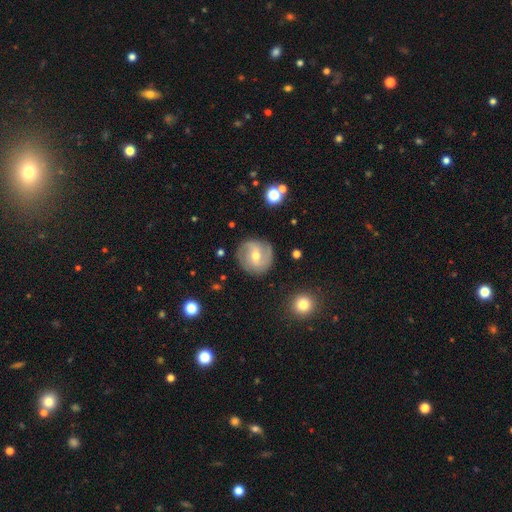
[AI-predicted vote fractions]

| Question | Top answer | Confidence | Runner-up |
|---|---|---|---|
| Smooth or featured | featured or disk | 68% | smooth (25%) |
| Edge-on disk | no | 97% | yes (3%) |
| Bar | weak | 50% | no (27%) |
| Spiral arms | yes | 84% | no (16%) |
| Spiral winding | medium | 42% | tight (36%) |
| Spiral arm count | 2 | 69% | can't tell (16%) |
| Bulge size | moderate | 63% | small (33%) |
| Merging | none | 82% | minor disturbance (12%) |